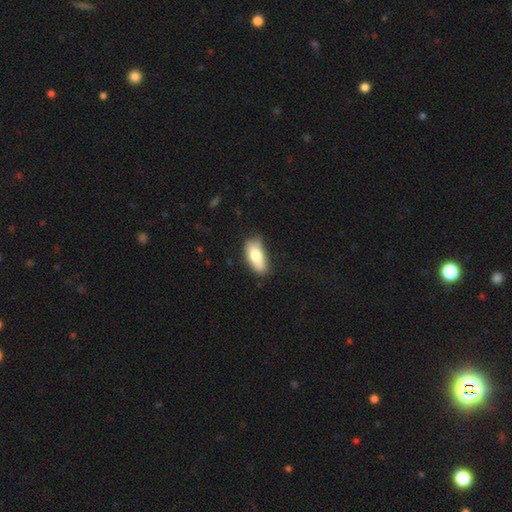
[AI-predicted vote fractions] Q: Smooth or featured?
A: smooth (75%); runner-up: featured or disk (19%)
Q: How rounded?
A: in between (87%); runner-up: cigar-shaped (10%)
Q: Merging?
A: none (62%); runner-up: minor disturbance (28%)